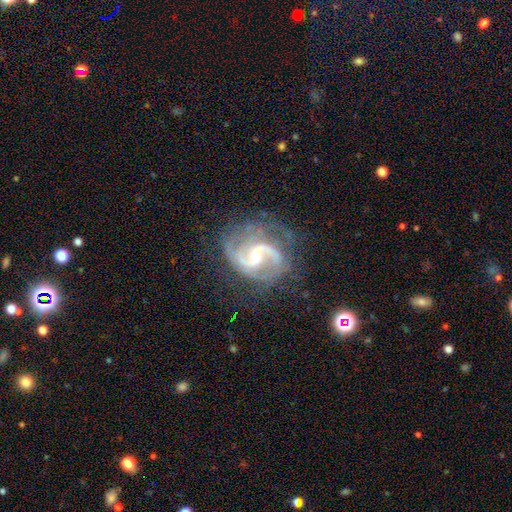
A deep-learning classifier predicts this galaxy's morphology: type=featured or disk (92%); edge-on=no (98%); bar=weak (53%); spiral arms=yes (98%); winding=medium (59%); arm count=2 (85%); bulge=small (59%); merging=none (68%).